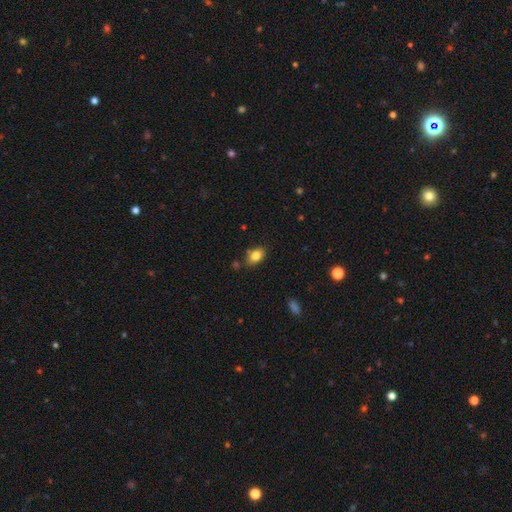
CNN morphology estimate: A smooth galaxy with no disk features (82%) that is in between round and cigar-shaped (85%). Merging: none (77%).